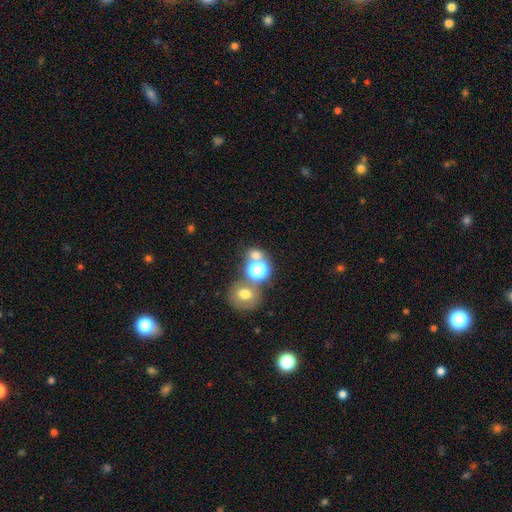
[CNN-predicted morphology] smooth-or-featured: smooth: 64% | star or artifact: 26% | featured or disk: 9%
  how-rounded: round: 76% | in between: 22% | cigar-shaped: 1%
  merging: none: 57% | merger: 29% | minor disturbance: 9% | major disturbance: 5%